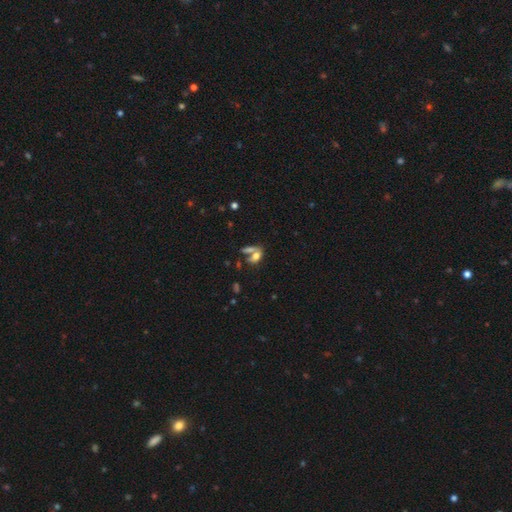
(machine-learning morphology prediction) smooth 66%, featured or disk 22%, star or artifact 12%. Down the decision tree: how rounded — in between (79%); merging — merger (46%).